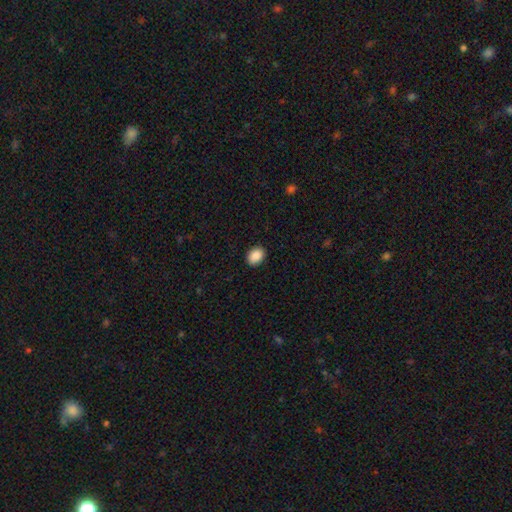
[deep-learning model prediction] Smooth or featured: smooth — 90% (star or artifact — 8%)
How rounded: in between — 69% (round — 30%)
Merging: none — 90% (minor disturbance — 7%)